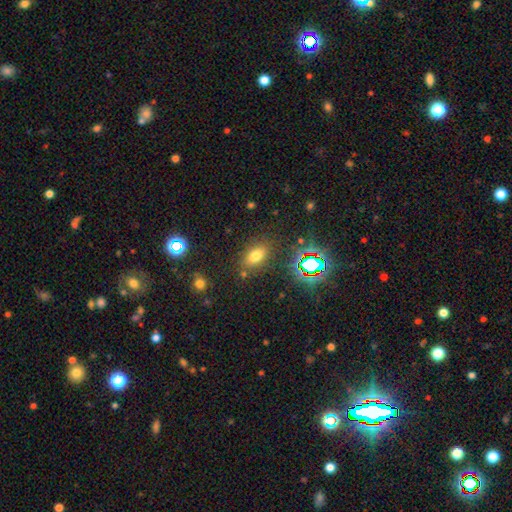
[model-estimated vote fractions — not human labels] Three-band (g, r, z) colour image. It shows a smooth galaxy with no disk features (69%) that is in between round and cigar-shaped (81%). Merging: none (79%).